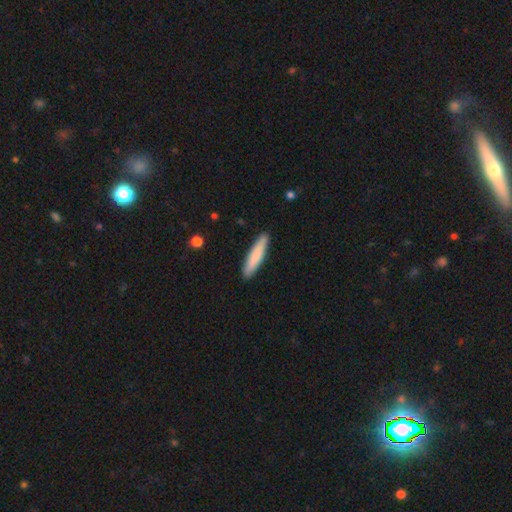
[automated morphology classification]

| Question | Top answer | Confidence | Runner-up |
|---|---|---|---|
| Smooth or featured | smooth | 80% | featured or disk (15%) |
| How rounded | cigar-shaped | 87% | in between (12%) |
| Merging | none | 90% | minor disturbance (7%) |